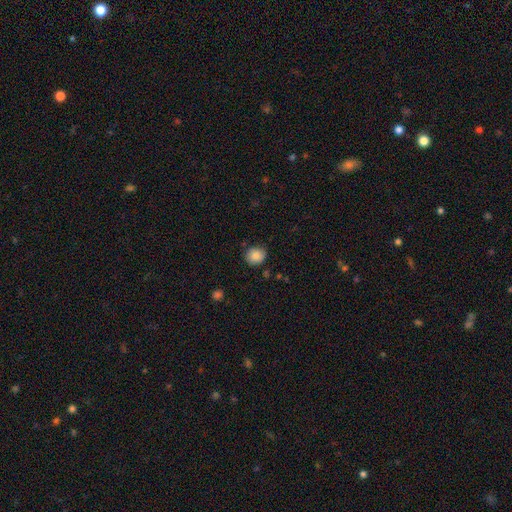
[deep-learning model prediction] smooth-or-featured: smooth: 86% | star or artifact: 9% | featured or disk: 5%
  how-rounded: round: 78% | in between: 21% | cigar-shaped: 1%
  merging: none: 82% | minor disturbance: 14% | major disturbance: 3% | merger: 2%